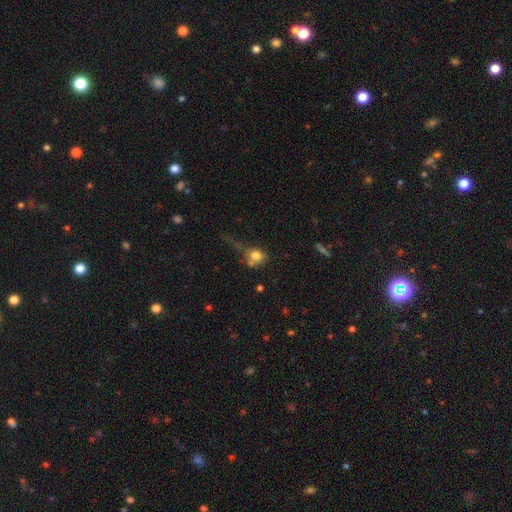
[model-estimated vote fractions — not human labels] Smooth or featured? smooth (74%)
How rounded? round (61%)
Merging? none (32%)